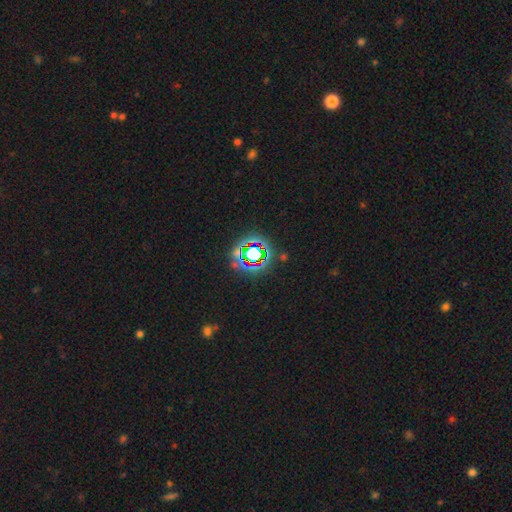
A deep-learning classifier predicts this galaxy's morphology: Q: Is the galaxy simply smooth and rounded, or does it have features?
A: star or artifact — 71%.